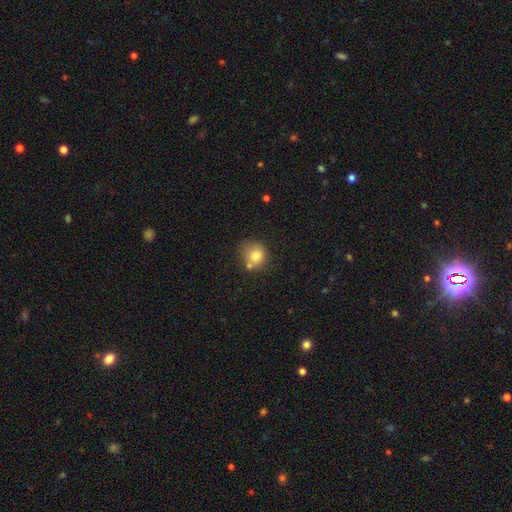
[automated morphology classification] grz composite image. It shows a smooth galaxy with no disk features (80%) that is round (81%). Merging: none (54%).